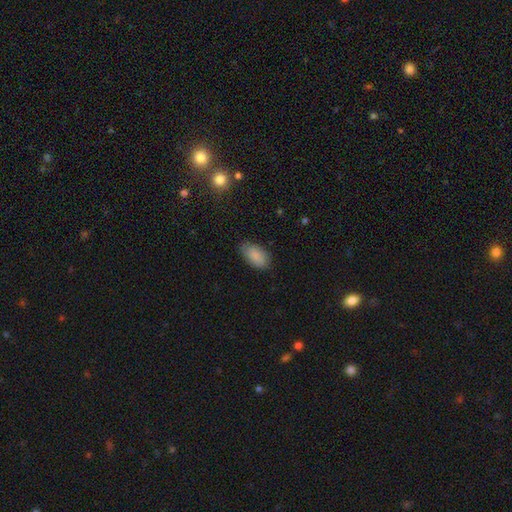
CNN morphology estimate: smooth 86%, featured or disk 7%, star or artifact 7%. Down the decision tree: how rounded — in between (94%); merging — none (76%).